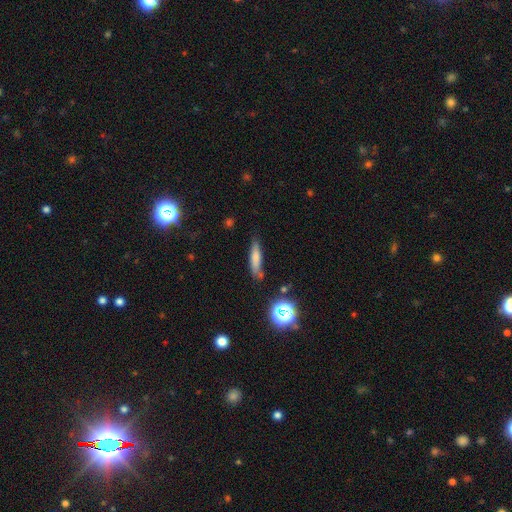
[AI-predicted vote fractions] A smooth galaxy with no disk features (55%) that is cigar-shaped (78%). Merging: none (79%).